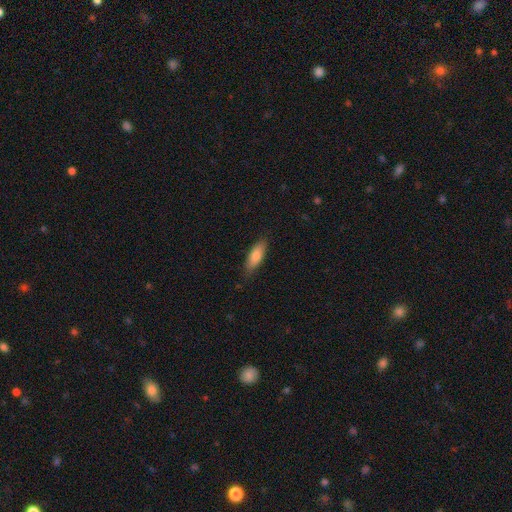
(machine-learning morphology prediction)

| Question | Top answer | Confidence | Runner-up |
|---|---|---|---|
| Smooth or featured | smooth | 79% | featured or disk (15%) |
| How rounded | in between | 57% | cigar-shaped (41%) |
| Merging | none | 82% | minor disturbance (14%) |